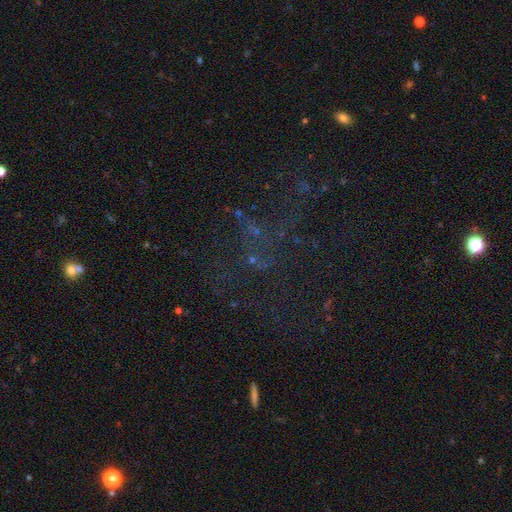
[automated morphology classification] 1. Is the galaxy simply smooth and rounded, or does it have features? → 53% star or artifact, 27% featured or disk, 20% smooth.